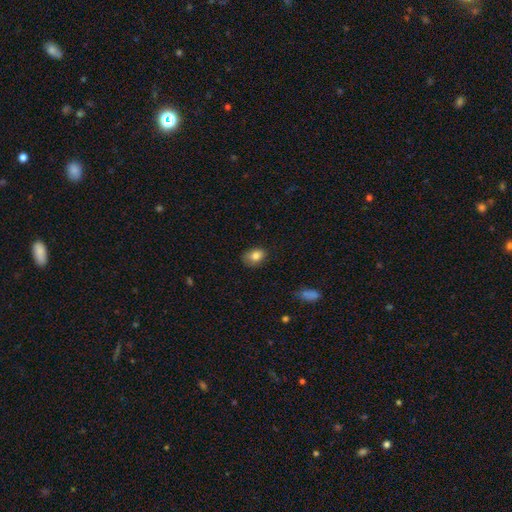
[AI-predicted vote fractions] Smooth or featured: smooth — 82% (featured or disk — 9%)
How rounded: in between — 75% (round — 24%)
Merging: none — 75% (minor disturbance — 20%)